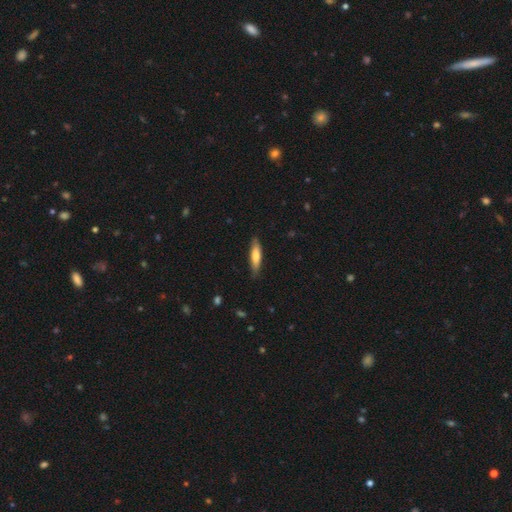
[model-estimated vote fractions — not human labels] The model was most divided on "smooth or featured": smooth: 70%, featured or disk: 24%, star or artifact: 5%. More confident: merging — none (84%); how rounded — cigar-shaped (76%).